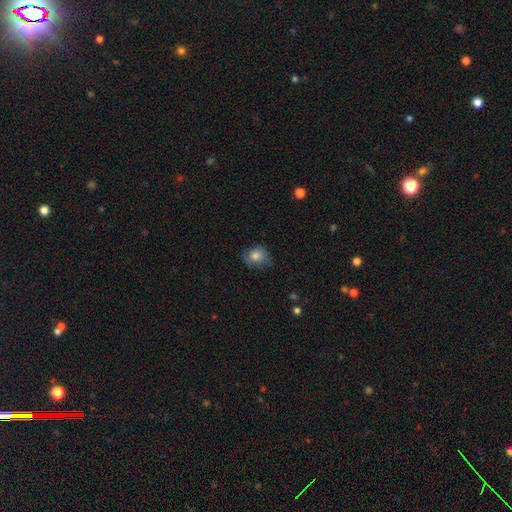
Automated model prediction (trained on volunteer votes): Smooth or featured? smooth (78%)
How rounded? round (59%)
Merging? none (67%)